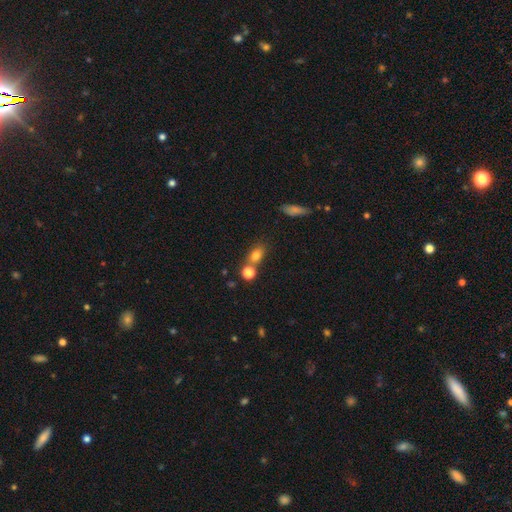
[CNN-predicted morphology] Smooth or featured: smooth — 77% (star or artifact — 13%)
How rounded: in between — 64% (round — 31%)
Merging: none — 56% (merger — 28%)